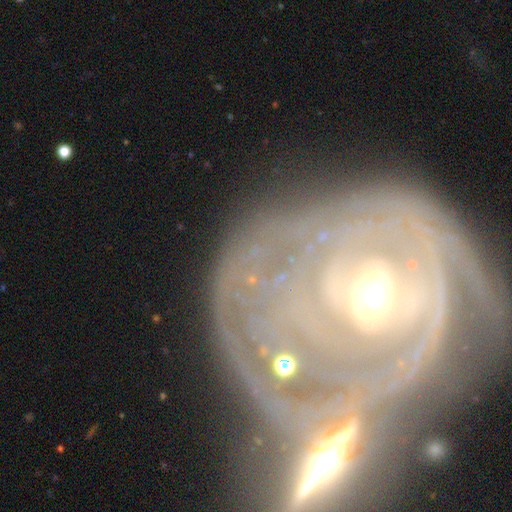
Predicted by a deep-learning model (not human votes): Smooth or featured: featured or disk — 79% (smooth — 12%)
Edge-on disk: no — 89% (yes — 11%)
Bar: no — 50% (weak — 28%)
Spiral arms: yes — 74% (no — 26%)
Spiral winding: tight — 76% (medium — 17%)
Spiral arm count: can't tell — 46% (2 — 15%)
Bulge size: moderate — 61% (small — 25%)
Merging: none — 39% (merger — 33%)